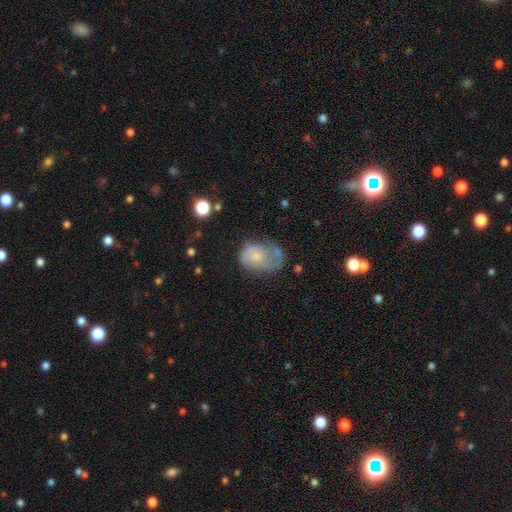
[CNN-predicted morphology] Q: Smooth or featured?
A: smooth (51%); runner-up: featured or disk (40%)
Q: How rounded?
A: in between (77%); runner-up: round (22%)
Q: Merging?
A: major disturbance (33%); runner-up: minor disturbance (30%)